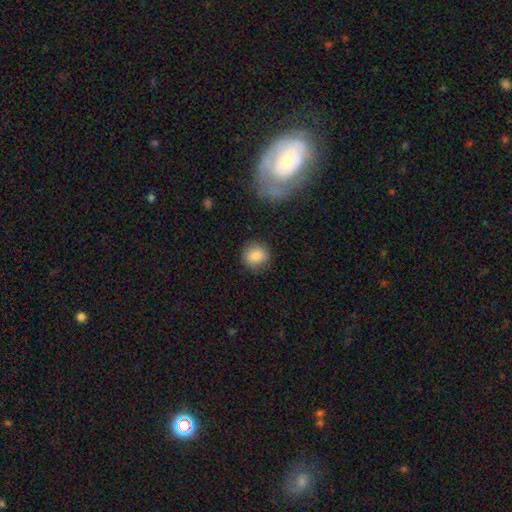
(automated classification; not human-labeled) Smooth or featured? Predicted: smooth (p=0.84). How rounded? Predicted: round (p=0.87). Merging? Predicted: none (p=0.85).